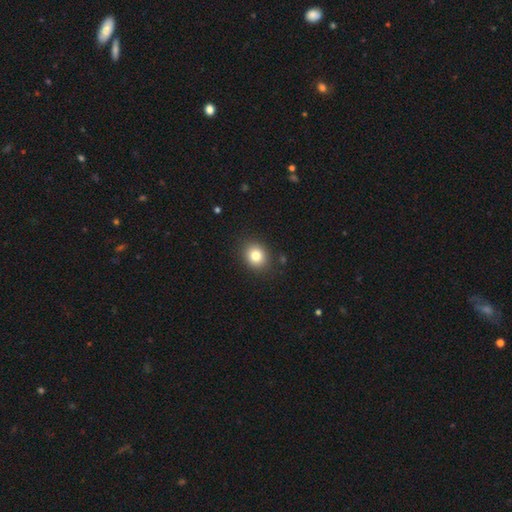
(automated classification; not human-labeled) A smooth galaxy with no disk features (82%) that is round (67%). Merging: none (88%).